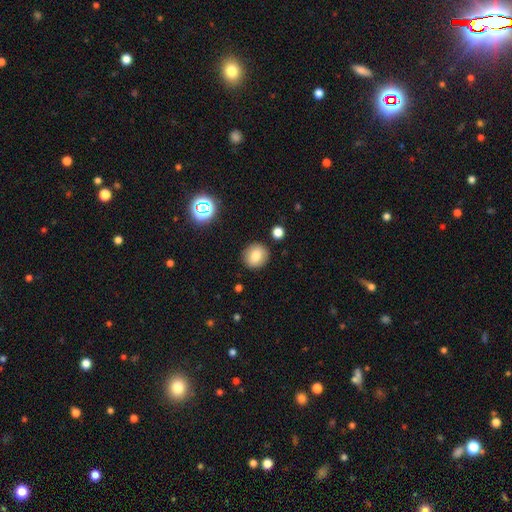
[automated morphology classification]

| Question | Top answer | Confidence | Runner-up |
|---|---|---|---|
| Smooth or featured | smooth | 79% | star or artifact (11%) |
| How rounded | round | 86% | in between (13%) |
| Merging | none | 88% | minor disturbance (7%) |